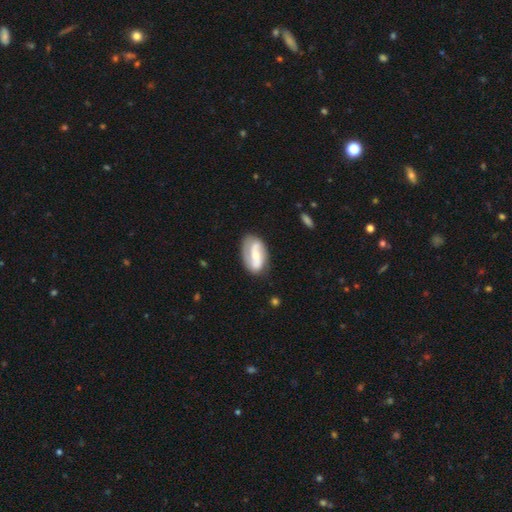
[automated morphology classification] A featured or disk galaxy (75%) with a weak bar (35%, tied with no), 2 (81%) medium (38%) spiral arms (90%) and a small central bulge (49%).

Vote fractions:
- Smooth or featured? featured or disk: 75% / smooth: 20% / star or artifact: 5%
- Edge-on disk? no: 96% / yes: 4%
- Bar? weak: 35% (tied) / no: 35% (tied) / strong: 30%
- Spiral arms? yes: 90% / no: 10%
- Spiral winding? medium: 38% / loose: 37% / tight: 24%
- Spiral arm count? 2: 81% / 1: 8% / can't tell: 8% / 3: 1% / 4: 1% / more than 4: 1%
- Bulge size? small: 49% / moderate: 44% / large: 4% / none: 3% / dominant: 1%
- Merging? none: 74% / minor disturbance: 18% / major disturbance: 6% / merger: 2%